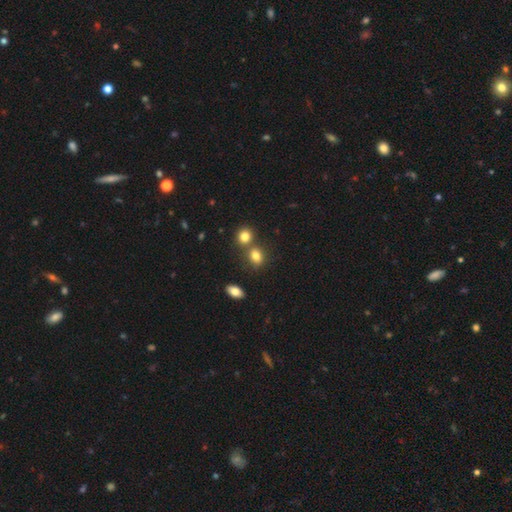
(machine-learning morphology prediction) The model was most divided on "how rounded": in between: 52%, round: 46%, cigar-shaped: 2%. More confident: smooth or featured — smooth (81%); merging — none (55%).